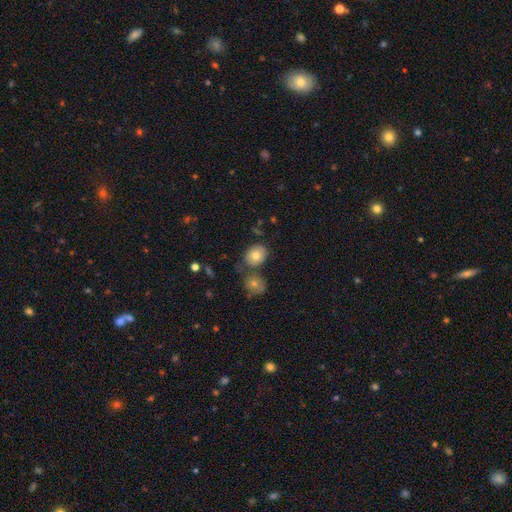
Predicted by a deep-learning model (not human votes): Smooth or featured? smooth (77%)
How rounded? in between (53%)
Merging? none (64%)